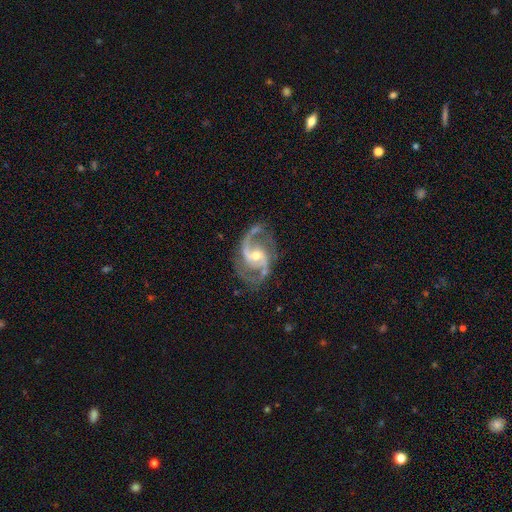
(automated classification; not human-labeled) A featured or disk galaxy (92%) with a weak bar (42%), 2 (89%) medium (58%) spiral arms (98%) and a moderate central bulge (56%).

Vote fractions:
- Smooth or featured? featured or disk: 92% / star or artifact: 5% / smooth: 3%
- Edge-on disk? no: 98% / yes: 2%
- Bar? weak: 42% / no: 40% / strong: 18%
- Spiral arms? yes: 98% / no: 2%
- Spiral winding? medium: 58% / loose: 29% / tight: 14%
- Spiral arm count? 2: 89% / 3: 4% / can't tell: 2% / 1: 2% / 4: 1% / more than 4: 1%
- Bulge size? moderate: 56% / small: 40% / large: 3% / none: 1% / dominant: 1%
- Merging? none: 70% / minor disturbance: 18% / major disturbance: 10% / merger: 2%